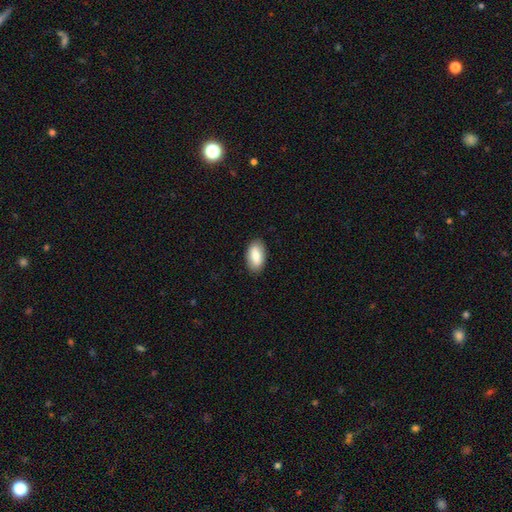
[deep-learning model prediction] A smooth galaxy with no disk features (82%) that is in between round and cigar-shaped (94%). Merging: none (87%).